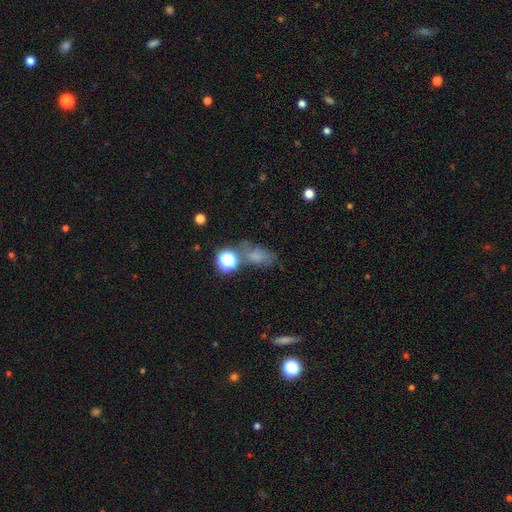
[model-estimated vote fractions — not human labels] The model was most divided on "merging": none: 53%, minor disturbance: 21%, merger: 14%, major disturbance: 12%. More confident: how rounded — in between (71%); smooth or featured — smooth (61%).